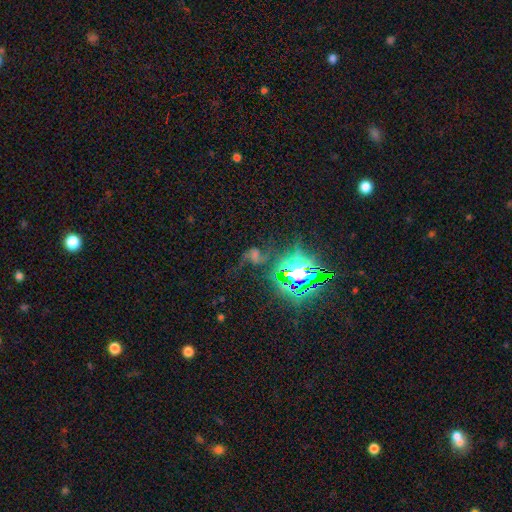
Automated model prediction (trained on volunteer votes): Q: Smooth or featured?
A: star or artifact (57%); runner-up: featured or disk (29%)